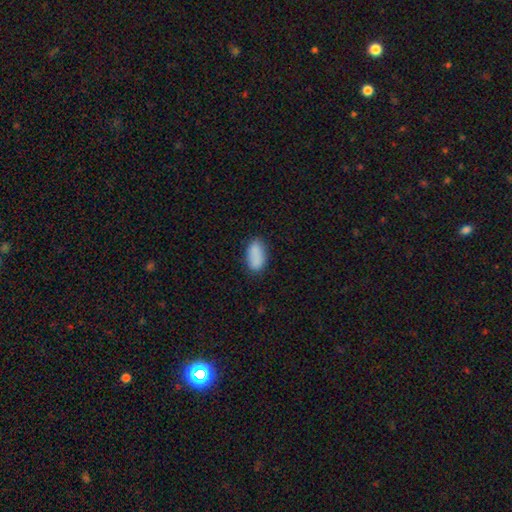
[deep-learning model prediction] This is clearly a smooth galaxy (87%). How rounded: clearly in between (92%). Merging: likely none (78%).